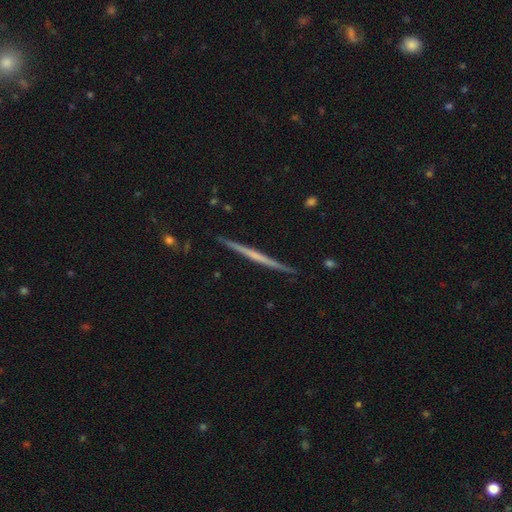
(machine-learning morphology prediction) Smooth or featured? Predicted: featured or disk (p=0.66). Edge-on disk? Predicted: yes (p=0.98). Edge-on bulge? Predicted: none (p=0.82). Merging? Predicted: none (p=0.91).